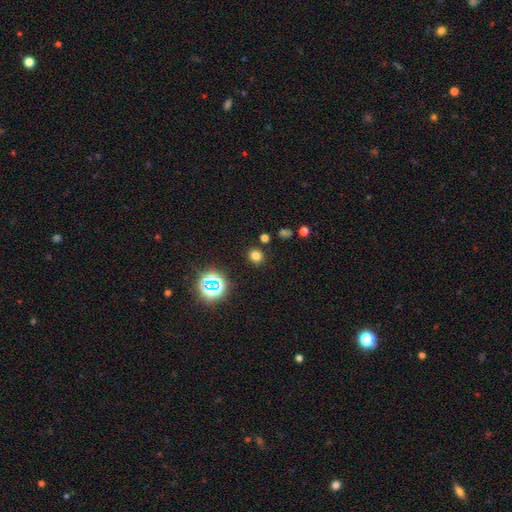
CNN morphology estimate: type=smooth (71%); roundness=round (79%); merging=none (86%).